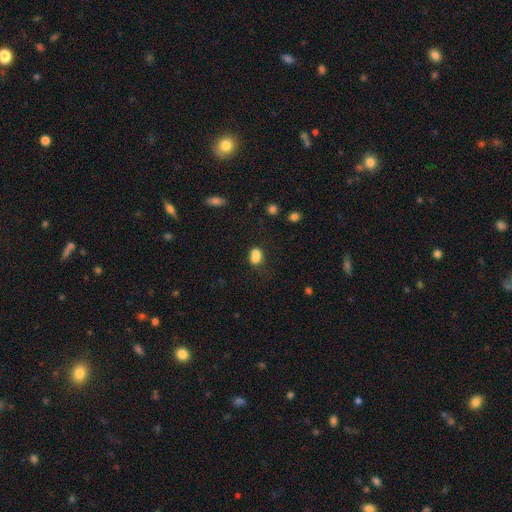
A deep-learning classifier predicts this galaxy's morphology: Smooth or featured?
  - smooth: 75% *
  - featured or disk: 13%
  - star or artifact: 12%
How rounded?
  - in between: 60% *
  - round: 39%
  - cigar-shaped: 2%
Merging?
  - merger: 49% *
  - none: 31%
  - minor disturbance: 14%
  - major disturbance: 6%